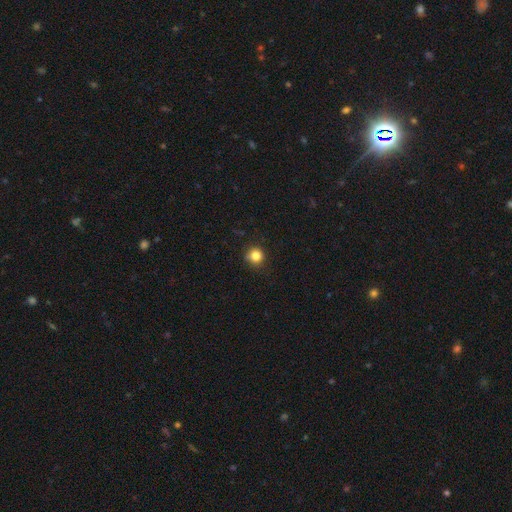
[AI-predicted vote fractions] Q: Smooth or featured?
A: smooth (82%); runner-up: star or artifact (12%)
Q: How rounded?
A: round (91%); runner-up: in between (8%)
Q: Merging?
A: none (84%); runner-up: minor disturbance (13%)